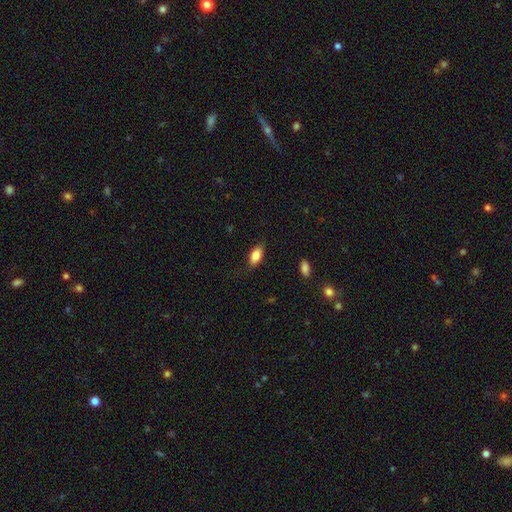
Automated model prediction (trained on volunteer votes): Q: Smooth or featured?
A: smooth (85%); runner-up: featured or disk (8%)
Q: How rounded?
A: in between (90%); runner-up: cigar-shaped (6%)
Q: Merging?
A: none (80%); runner-up: minor disturbance (15%)